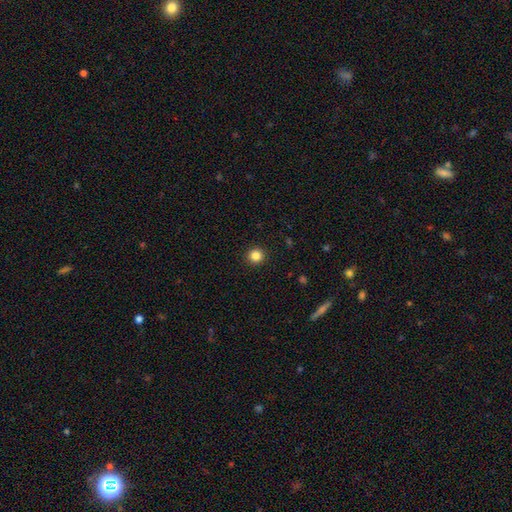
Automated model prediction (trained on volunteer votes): The model was most divided on "smooth or featured": smooth: 84%, star or artifact: 12%, featured or disk: 4%. More confident: how rounded — round (94%); merging — none (93%).